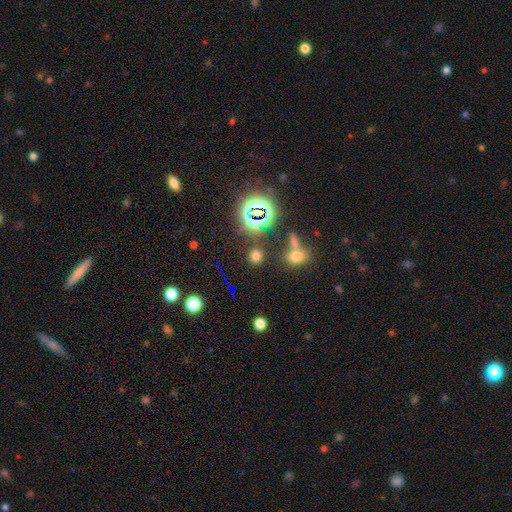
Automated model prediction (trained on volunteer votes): This is possibly a smooth galaxy (56%). How rounded: clearly round (80%). Merging: clearly none (81%).